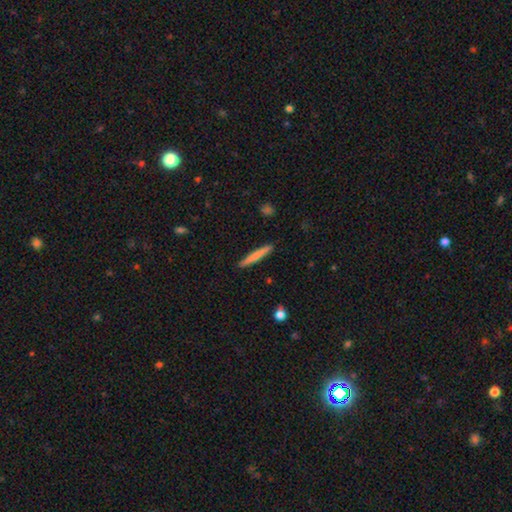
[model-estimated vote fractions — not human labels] Smooth or featured?
  - smooth: 69% *
  - featured or disk: 26%
  - star or artifact: 5%
How rounded?
  - cigar-shaped: 96% *
  - in between: 3%
  - round: 1%
Merging?
  - none: 91% *
  - minor disturbance: 6%
  - major disturbance: 1%
  - merger: 1%